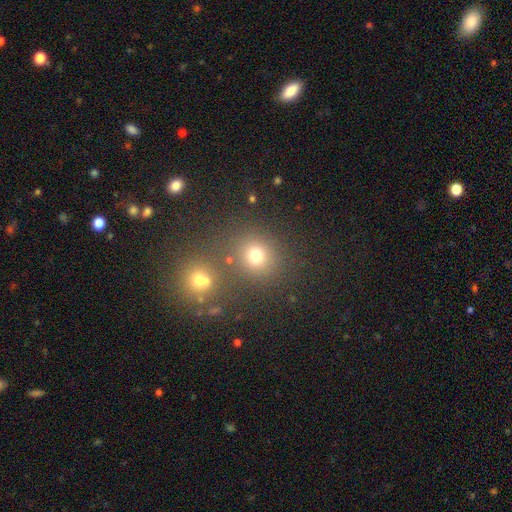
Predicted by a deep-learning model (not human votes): smooth_or_featured: smooth (p=0.73) [alt: star or artifact p=0.19]
how_rounded: round (p=0.84) [alt: in between p=0.15]
merging: none (p=0.72) [alt: merger p=0.15]